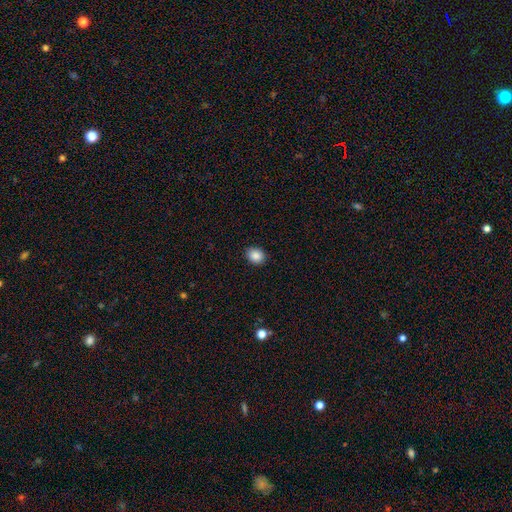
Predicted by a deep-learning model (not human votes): smooth_or_featured: smooth (p=0.87) [alt: star or artifact p=0.09]
how_rounded: round (p=0.53) [alt: in between p=0.46]
merging: none (p=0.90) [alt: minor disturbance p=0.07]